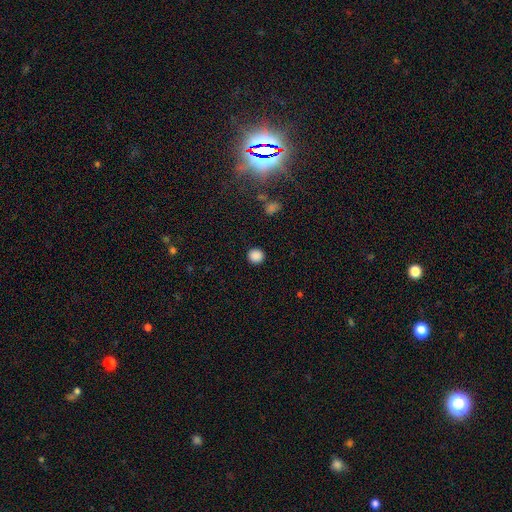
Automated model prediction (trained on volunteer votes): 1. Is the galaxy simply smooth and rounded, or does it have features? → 87% smooth, 10% star or artifact, 3% featured or disk.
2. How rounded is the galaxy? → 93% round, 6% in between, 1% cigar-shaped.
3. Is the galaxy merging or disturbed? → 91% none, 5% minor disturbance, 2% major disturbance, 1% merger.